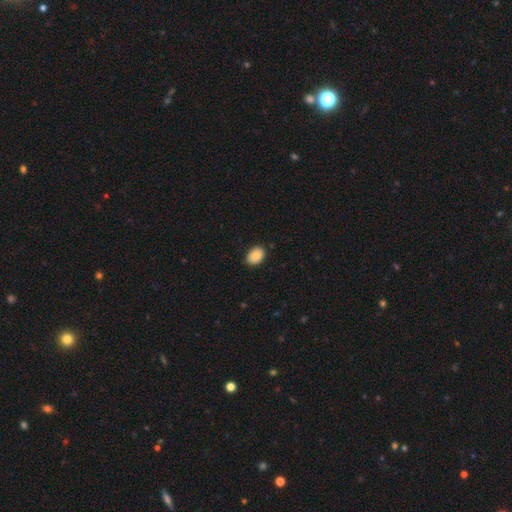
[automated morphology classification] Smooth or featured: smooth — 83% (featured or disk — 9%)
How rounded: in between — 75% (round — 24%)
Merging: none — 86% (minor disturbance — 11%)